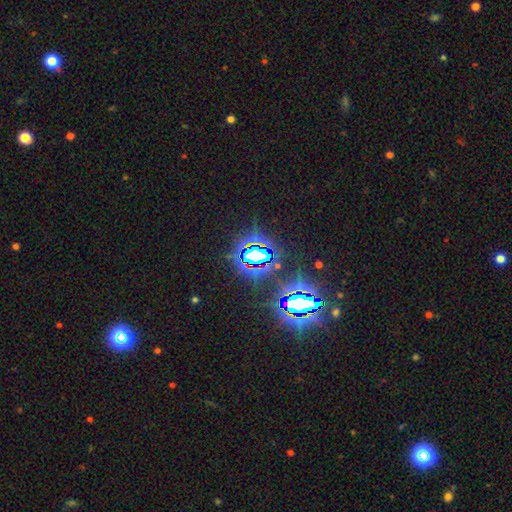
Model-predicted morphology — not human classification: type=star or artifact (80%).